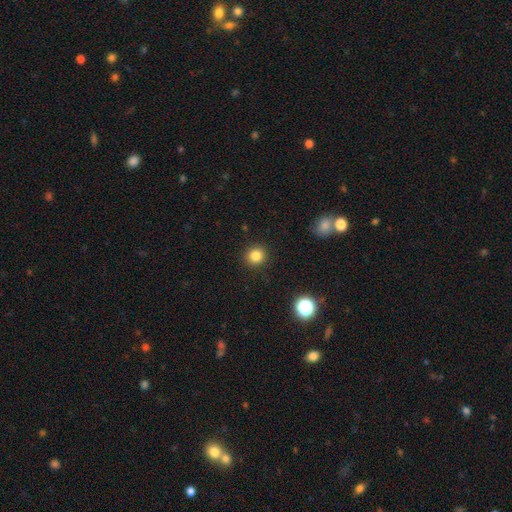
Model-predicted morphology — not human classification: A smooth galaxy with no disk features (83%) that is round (92%).

Vote fractions:
- Smooth or featured? smooth: 83% / star or artifact: 12% / featured or disk: 5%
- How rounded? round: 92% / in between: 8% / cigar-shaped: 1%
- Merging? none: 92% / minor disturbance: 5% / major disturbance: 2% / merger: 1%